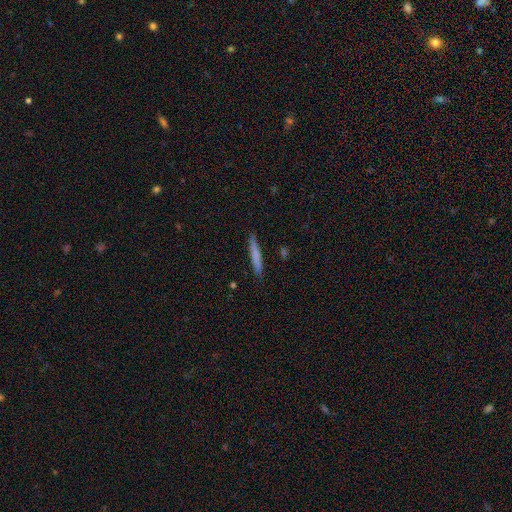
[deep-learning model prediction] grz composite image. It shows a smooth galaxy with no disk features (71%) that is cigar-shaped (95%). Merging: none (89%).